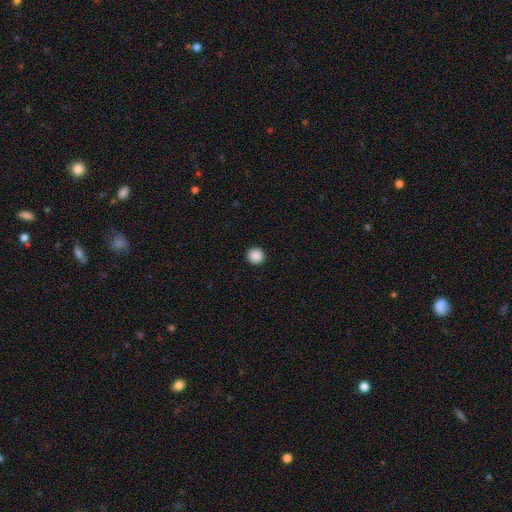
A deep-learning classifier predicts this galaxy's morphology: The model was most divided on "smooth or featured": smooth: 89%, star or artifact: 9%, featured or disk: 2%. More confident: how rounded — round (96%); merging — none (94%).